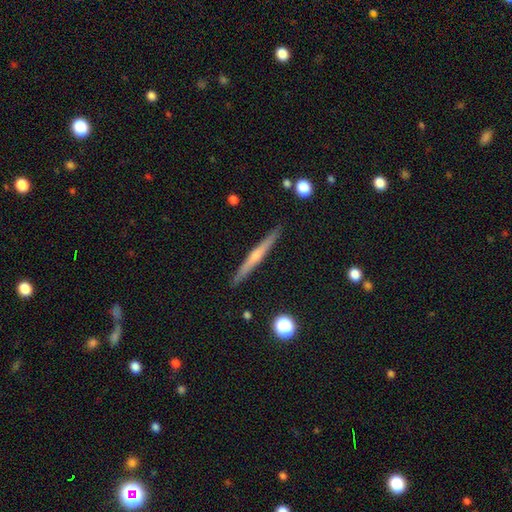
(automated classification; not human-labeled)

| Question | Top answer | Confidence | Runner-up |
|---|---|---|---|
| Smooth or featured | featured or disk | 61% | smooth (33%) |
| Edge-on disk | yes | 98% | no (2%) |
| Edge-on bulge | rounded | 61% | none (34%) |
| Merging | none | 91% | minor disturbance (6%) |